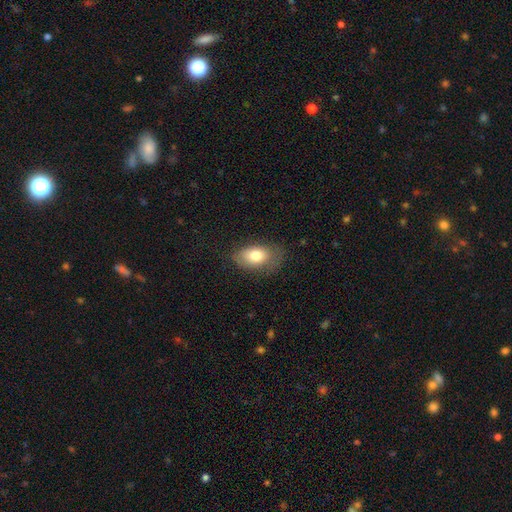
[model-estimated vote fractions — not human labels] smooth-or-featured: smooth: 76% | featured or disk: 16% | star or artifact: 8%
  how-rounded: in between: 87% | round: 11% | cigar-shaped: 2%
  merging: none: 63% | minor disturbance: 26% | major disturbance: 10% | merger: 1%